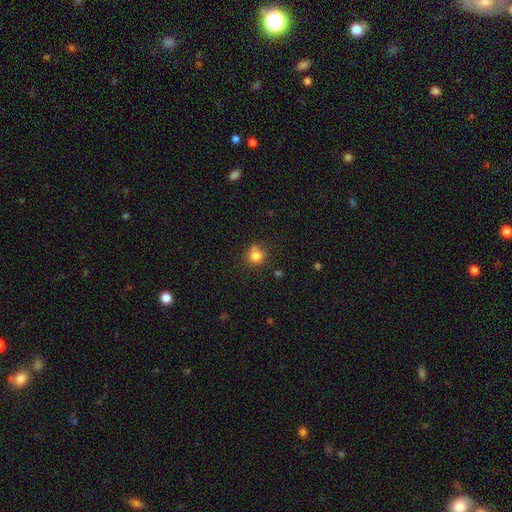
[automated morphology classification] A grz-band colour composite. It shows a smooth galaxy with no disk features (81%) that is round (91%). Merging: none (74%).